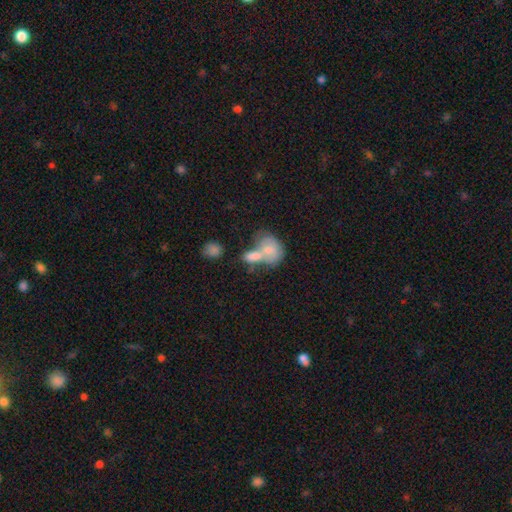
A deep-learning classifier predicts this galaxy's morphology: type=smooth (66%); roundness=in between (70%); merging=merger (61%).